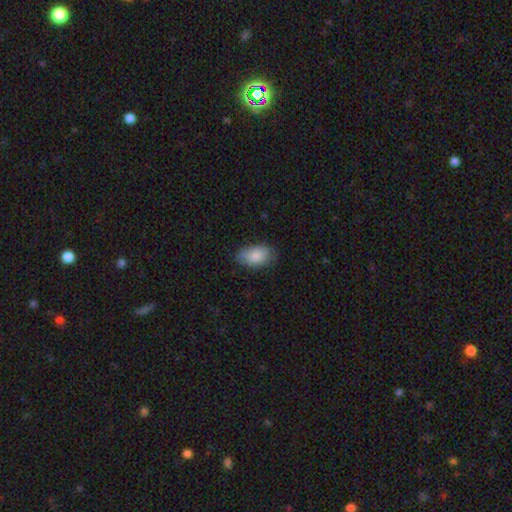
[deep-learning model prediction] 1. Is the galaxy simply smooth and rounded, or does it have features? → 84% smooth, 9% featured or disk, 7% star or artifact.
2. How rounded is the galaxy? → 92% in between, 6% round, 2% cigar-shaped.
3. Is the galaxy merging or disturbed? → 68% none, 25% minor disturbance, 5% major disturbance, 1% merger.